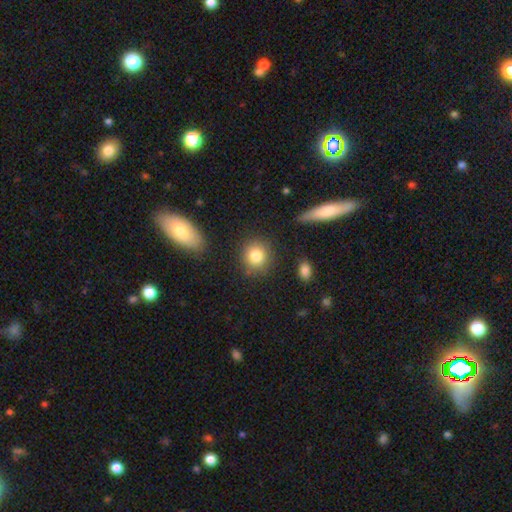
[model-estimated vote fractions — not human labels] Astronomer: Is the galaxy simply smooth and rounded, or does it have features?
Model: smooth — 83%.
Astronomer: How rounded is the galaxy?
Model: round — 85%.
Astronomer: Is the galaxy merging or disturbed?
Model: none — 85%.